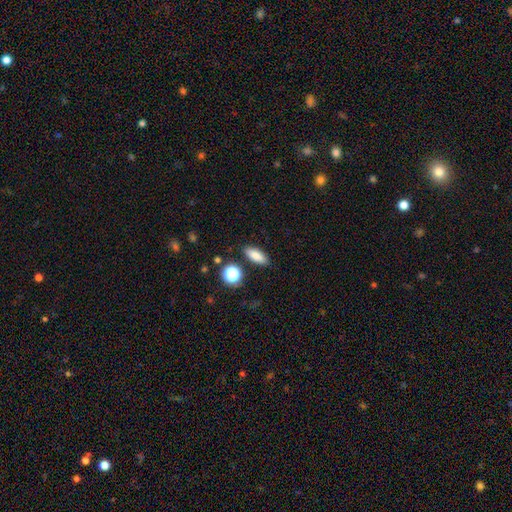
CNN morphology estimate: Smooth or featured?
  - smooth: 83% *
  - star or artifact: 10%
  - featured or disk: 7%
How rounded?
  - in between: 70% *
  - cigar-shaped: 23%
  - round: 7%
Merging?
  - none: 86% *
  - minor disturbance: 9%
  - merger: 3%
  - major disturbance: 2%